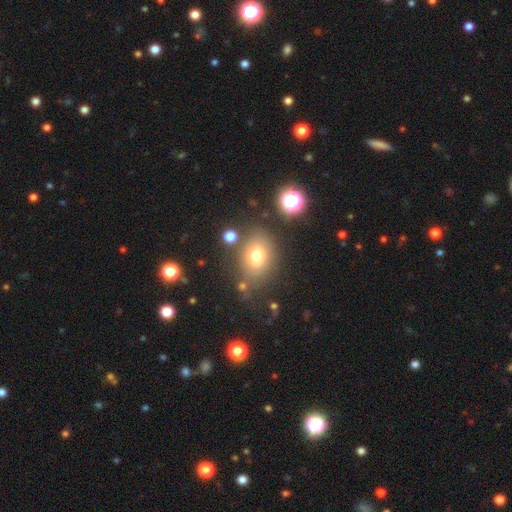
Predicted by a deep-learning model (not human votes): Overall: smooth (72%). How rounded: in between (57%; round 42%). Merging: none (73%).